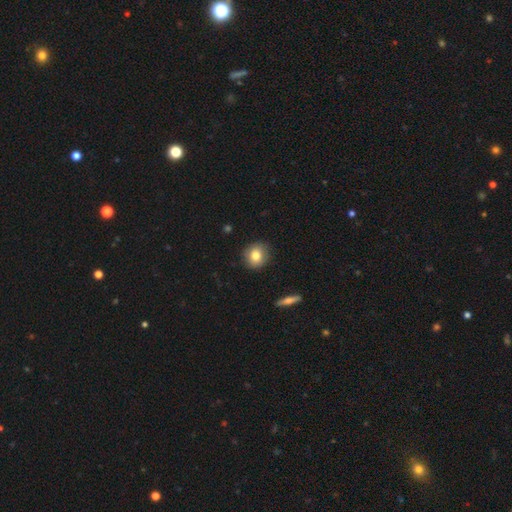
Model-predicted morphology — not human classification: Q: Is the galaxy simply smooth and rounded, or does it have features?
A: smooth — 80%.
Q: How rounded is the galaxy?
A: round — 84%.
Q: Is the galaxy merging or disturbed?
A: none — 88%.